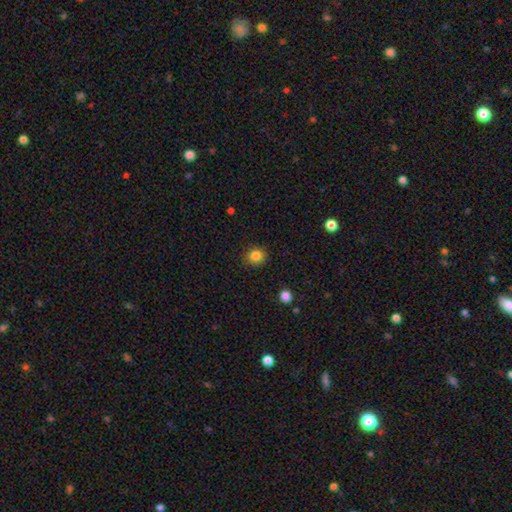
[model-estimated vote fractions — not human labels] smooth_or_featured: smooth (p=0.84) [alt: star or artifact p=0.12]
how_rounded: round (p=0.86) [alt: in between p=0.13]
merging: none (p=0.90) [alt: minor disturbance p=0.07]